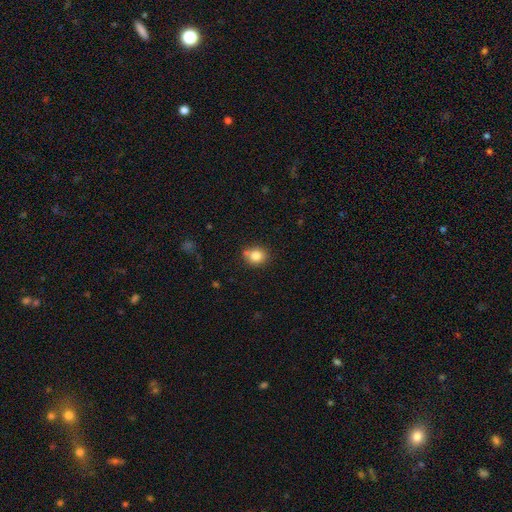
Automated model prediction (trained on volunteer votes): Overall: smooth (82%). How rounded: round (74%). Merging: none (70%).